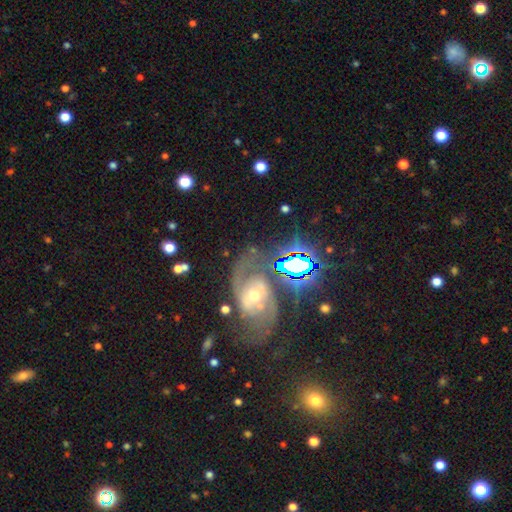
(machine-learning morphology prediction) featured or disk 74%, star or artifact 17%, smooth 9%. Down the decision tree: edge-on disk — no (96%); bar — no (52%); spiral arms — yes (94%); spiral arm count — 2 (66%); spiral winding — medium (45%); bulge size — small (49%); merging — none (59%).